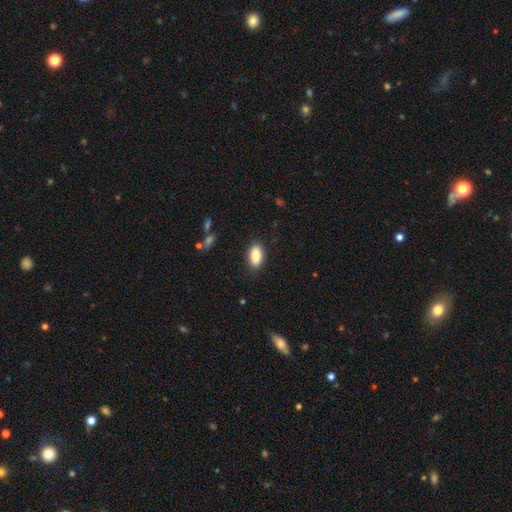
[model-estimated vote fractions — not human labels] Q: Smooth or featured?
A: smooth (88%); runner-up: star or artifact (7%)
Q: How rounded?
A: in between (91%); runner-up: cigar-shaped (6%)
Q: Merging?
A: none (87%); runner-up: minor disturbance (10%)